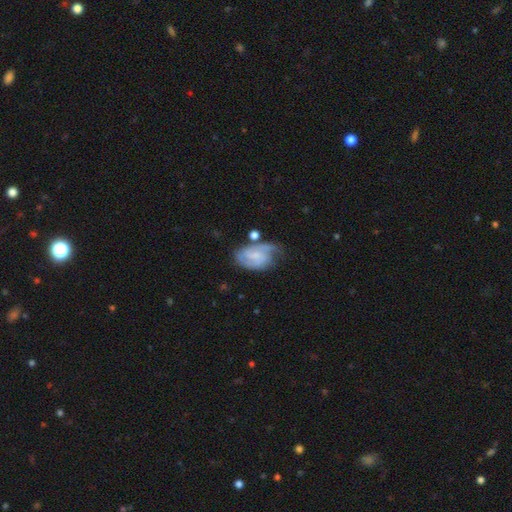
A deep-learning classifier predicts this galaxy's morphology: A featured or disk galaxy (76%) with a weak bar (46%), 2 (69%) medium (46%) spiral arms (94%) and a small central bulge (53%). Merging: none (54%).